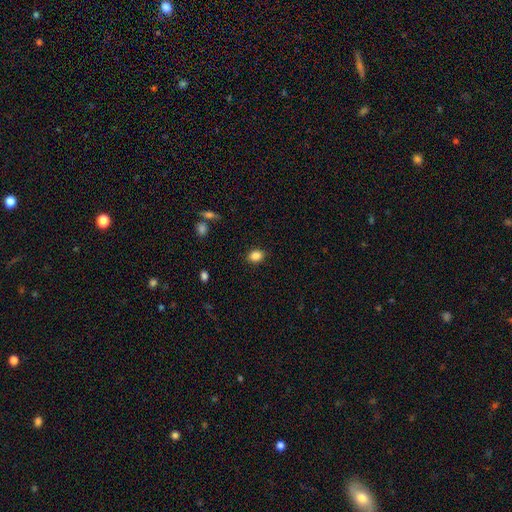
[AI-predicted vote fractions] smooth 87%, star or artifact 9%, featured or disk 4%. Down the decision tree: how rounded — in between (66%); merging — none (88%).